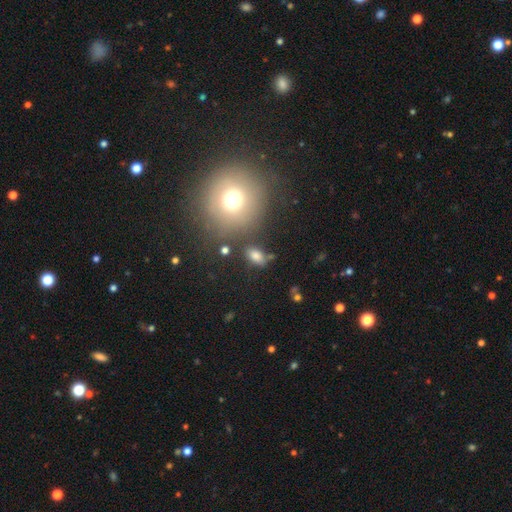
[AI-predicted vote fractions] This appears to be a smooth galaxy with no disk features (76%) that is in between round and cigar-shaped (84%). Merging: none (71%).